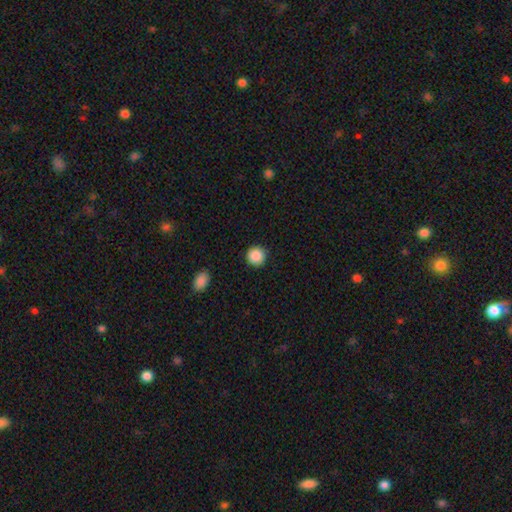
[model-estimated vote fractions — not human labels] Morphology: type=smooth (88%); roundness=round (94%); merging=none (91%).